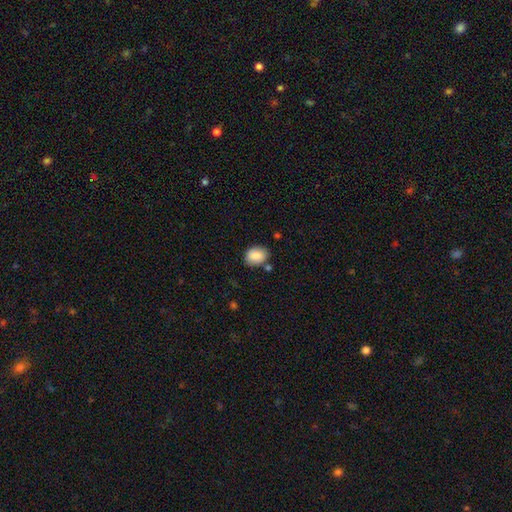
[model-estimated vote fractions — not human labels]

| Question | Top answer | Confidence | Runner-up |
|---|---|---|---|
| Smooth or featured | smooth | 86% | star or artifact (8%) |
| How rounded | in between | 64% | round (35%) |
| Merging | none | 74% | minor disturbance (16%) |